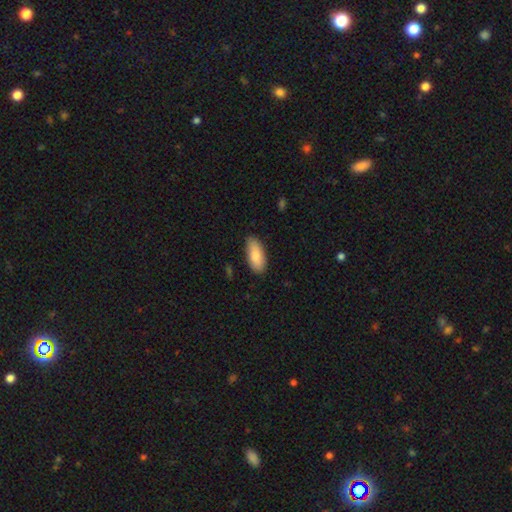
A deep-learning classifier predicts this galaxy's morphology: type=smooth (86%); roundness=in between (87%); merging=none (85%).